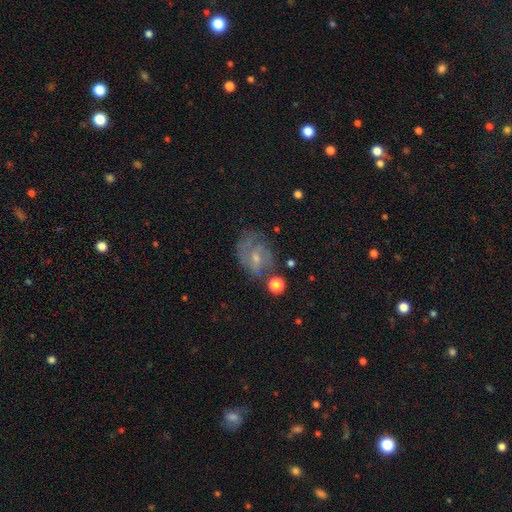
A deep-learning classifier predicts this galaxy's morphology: Smooth or featured?
  - featured or disk: 66% *
  - smooth: 22%
  - star or artifact: 12%
Edge-on disk?
  - no: 97% *
  - yes: 3%
Bar?
  - no: 49% *
  - weak: 44%
  - strong: 7%
Spiral arms?
  - yes: 81% *
  - no: 19%
Spiral winding?
  - medium: 42% *
  - tight: 41%
  - loose: 17%
Spiral arm count?
  - can't tell: 39% *
  - 2: 33%
  - 3: 14%
  - 1: 7%
  - 4: 4%
  - more than 4: 4%
Bulge size?
  - small: 61% *
  - moderate: 30%
  - none: 7%
  - large: 1%
  - dominant: 1%
Merging?
  - none: 58% *
  - minor disturbance: 22%
  - major disturbance: 14%
  - merger: 5%